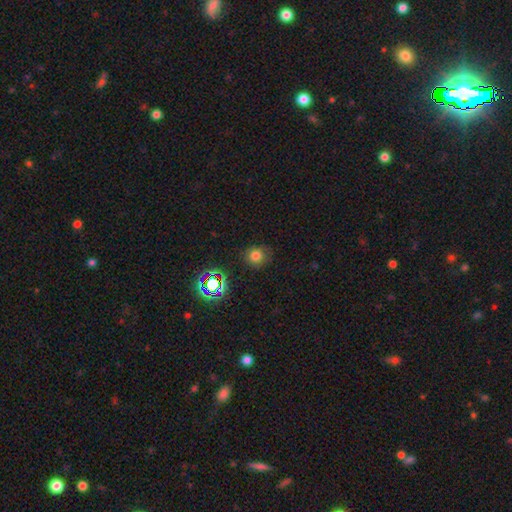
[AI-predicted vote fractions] Q: Smooth or featured?
A: smooth (75%); runner-up: star or artifact (19%)
Q: How rounded?
A: round (85%); runner-up: in between (14%)
Q: Merging?
A: none (83%); runner-up: minor disturbance (12%)